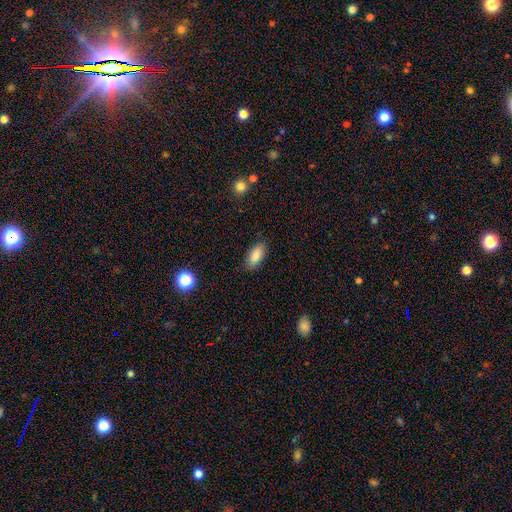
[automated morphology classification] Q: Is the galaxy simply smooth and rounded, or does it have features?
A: smooth — 85%.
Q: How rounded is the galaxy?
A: in between — 90%.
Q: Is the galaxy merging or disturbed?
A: none — 80%.